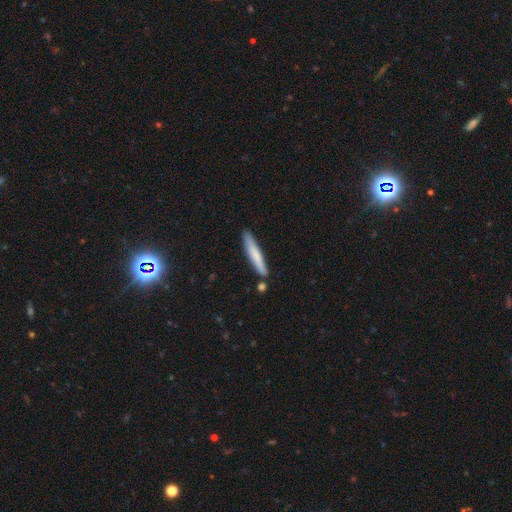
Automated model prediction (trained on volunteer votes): smooth_or_featured: smooth (p=0.72) [alt: featured or disk p=0.23]
how_rounded: cigar-shaped (p=0.93) [alt: in between p=0.06]
merging: none (p=0.81) [alt: minor disturbance p=0.12]